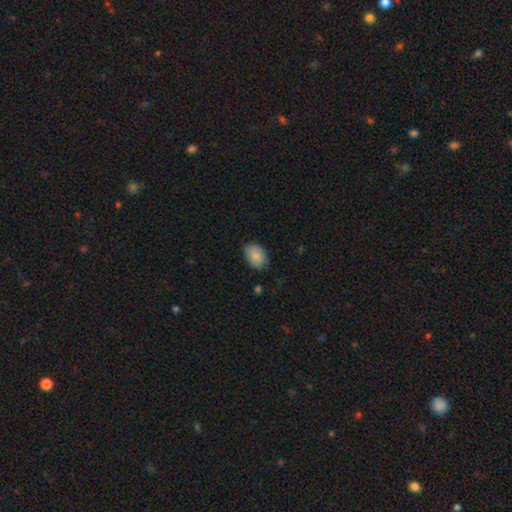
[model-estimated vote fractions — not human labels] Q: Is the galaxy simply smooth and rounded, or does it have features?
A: smooth — 86%.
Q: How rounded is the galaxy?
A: in between — 80%.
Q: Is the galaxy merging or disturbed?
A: none — 80%.